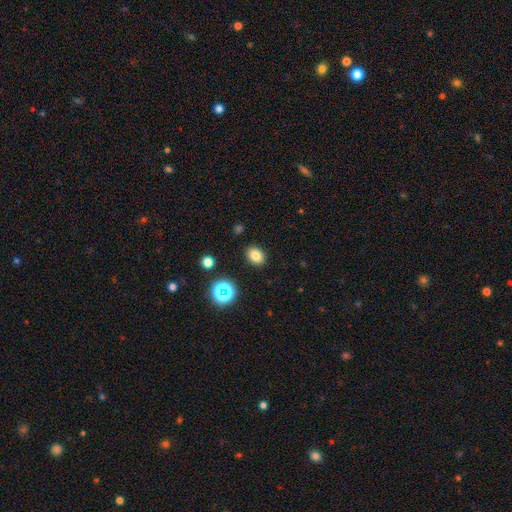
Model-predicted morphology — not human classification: A smooth galaxy with no disk features (78%) that is in between round and cigar-shaped (67%).

Vote fractions:
- Smooth or featured? smooth: 78% / star or artifact: 14% / featured or disk: 7%
- How rounded? in between: 67% / round: 32% / cigar-shaped: 1%
- Merging? none: 88% / minor disturbance: 8% / major disturbance: 3% / merger: 2%